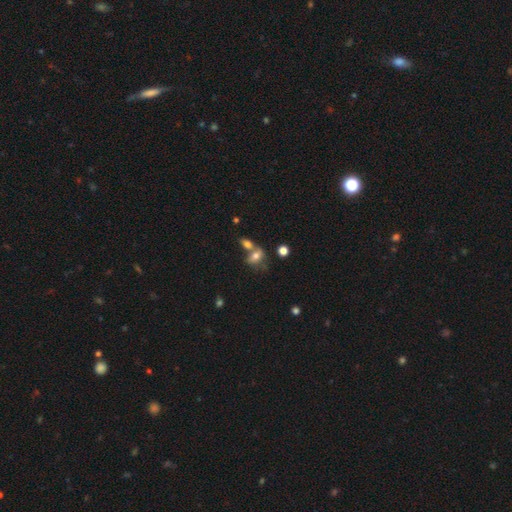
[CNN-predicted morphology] smooth 68%, featured or disk 19%, star or artifact 12%. Down the decision tree: how rounded — in between (72%); merging — merger (43%).